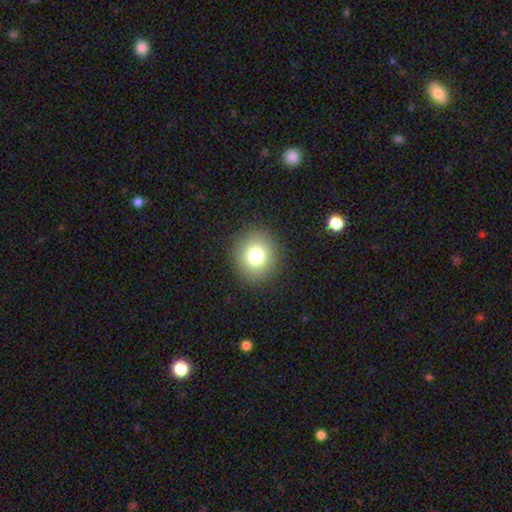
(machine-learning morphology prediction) This is likely a smooth galaxy (78%). How rounded: clearly round (85%). Merging: clearly none (90%).